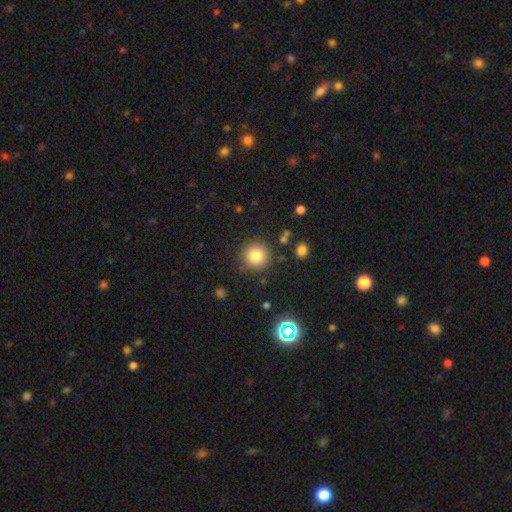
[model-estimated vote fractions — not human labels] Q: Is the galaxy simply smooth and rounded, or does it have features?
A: smooth — 81%.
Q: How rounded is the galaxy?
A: round — 94%.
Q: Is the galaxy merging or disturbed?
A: none — 86%.